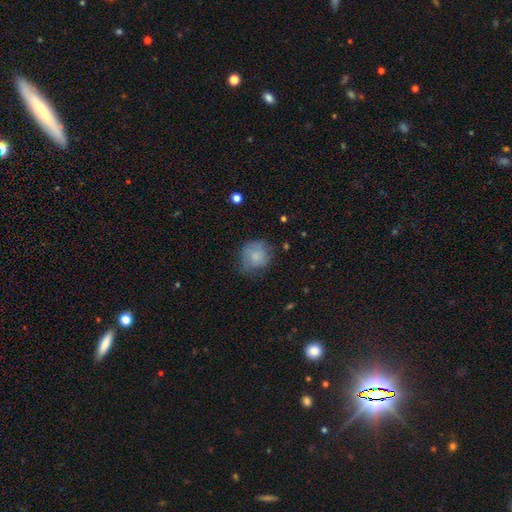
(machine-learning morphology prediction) type=smooth (66%); roundness=round (83%); merging=none (59%).